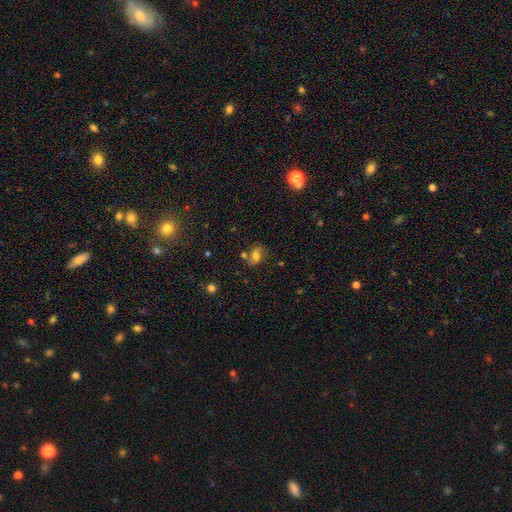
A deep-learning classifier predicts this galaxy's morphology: This is likely a smooth galaxy (64%). How rounded: likely in between (66%). Merging: possibly none (56%).